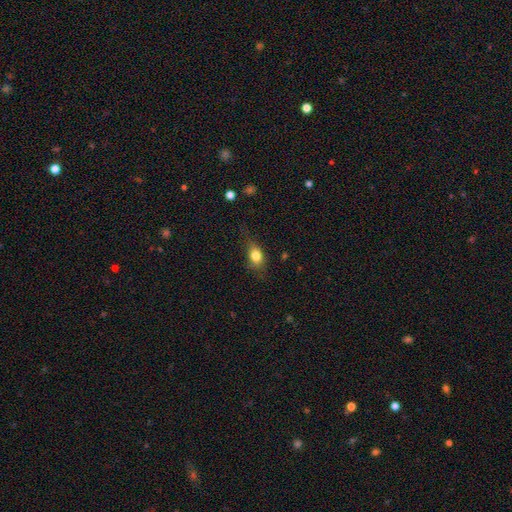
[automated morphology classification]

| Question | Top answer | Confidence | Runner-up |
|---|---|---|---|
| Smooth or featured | smooth | 80% | featured or disk (11%) |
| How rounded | in between | 70% | round (25%) |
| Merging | none | 66% | minor disturbance (24%) |